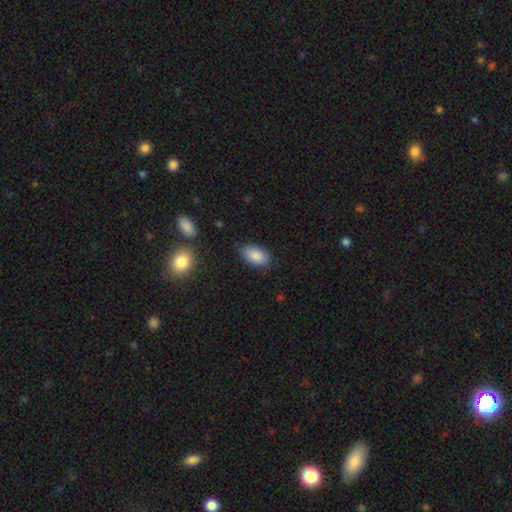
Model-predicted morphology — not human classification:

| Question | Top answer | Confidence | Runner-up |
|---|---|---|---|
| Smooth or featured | smooth | 87% | star or artifact (7%) |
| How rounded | in between | 93% | round (5%) |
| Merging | none | 83% | minor disturbance (13%) |